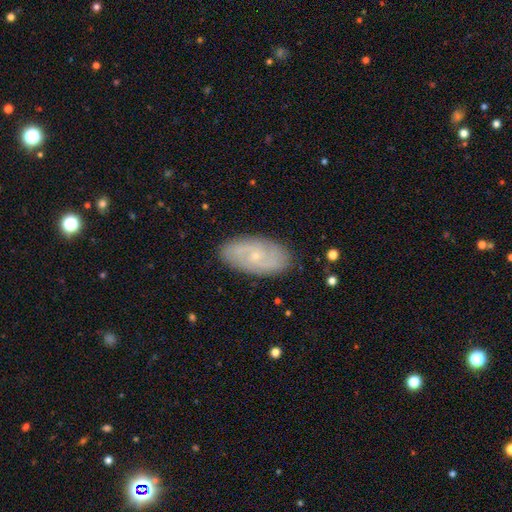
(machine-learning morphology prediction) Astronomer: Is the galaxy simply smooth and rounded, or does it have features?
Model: featured or disk — 67%.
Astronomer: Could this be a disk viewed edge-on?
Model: no — 93%.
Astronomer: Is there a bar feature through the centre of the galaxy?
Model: no — 67%.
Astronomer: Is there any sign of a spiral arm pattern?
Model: yes — 82%.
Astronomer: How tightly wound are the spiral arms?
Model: tight — 42% (runner-up: medium, 38%).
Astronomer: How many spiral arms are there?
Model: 2 — 53% (runner-up: can't tell, 30%).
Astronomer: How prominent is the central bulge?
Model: small — 80%.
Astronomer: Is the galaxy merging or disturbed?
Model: none — 85%.